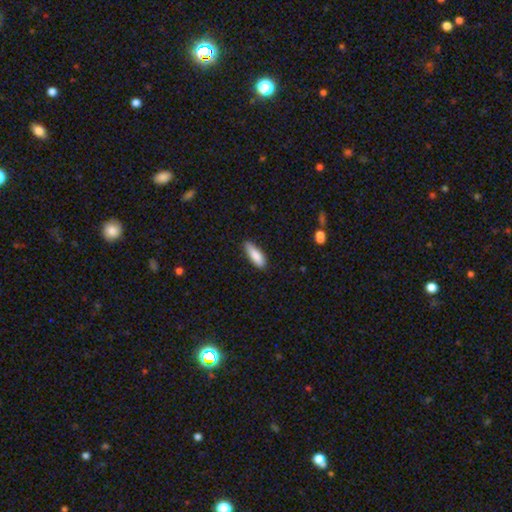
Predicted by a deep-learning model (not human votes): Smooth or featured? smooth (85%)
How rounded? in between (56%)
Merging? none (80%)